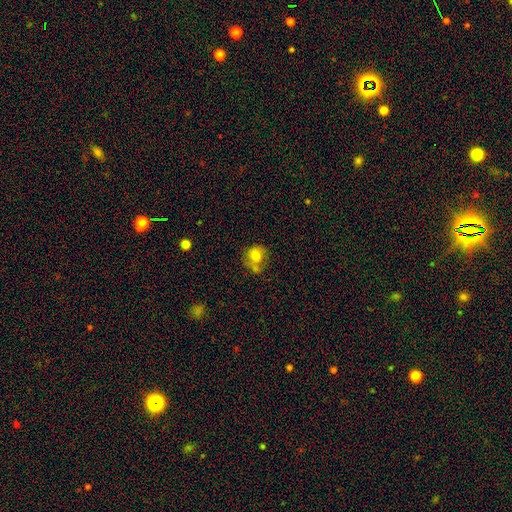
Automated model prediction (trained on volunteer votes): smooth 73%, featured or disk 18%, star or artifact 9%. Down the decision tree: how rounded — round (74%); merging — none (46%).